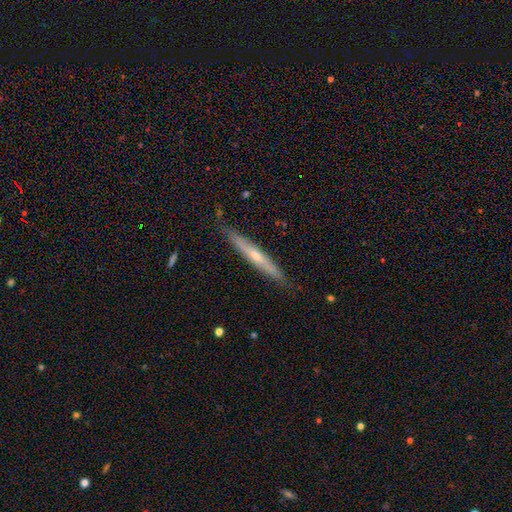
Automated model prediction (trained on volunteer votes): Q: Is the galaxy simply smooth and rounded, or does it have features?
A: featured or disk — 59%.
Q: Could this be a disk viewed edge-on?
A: yes — 95%.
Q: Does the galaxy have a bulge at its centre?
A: rounded — 61%.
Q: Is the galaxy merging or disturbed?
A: none — 86%.